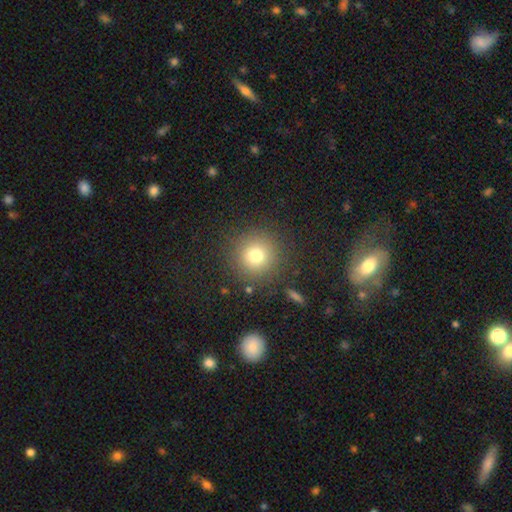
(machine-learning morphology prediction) This is likely a smooth galaxy (75%). How rounded: clearly round (94%). Merging: clearly none (87%).